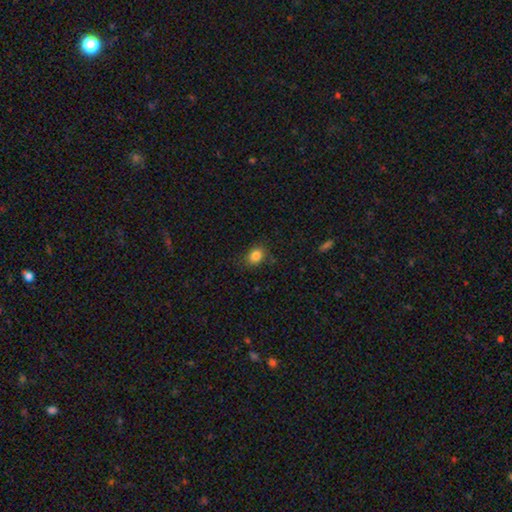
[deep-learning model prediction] smooth_or_featured: smooth (p=0.84) [alt: star or artifact p=0.10]
how_rounded: in between (p=0.53) [alt: round p=0.46]
merging: none (p=0.80) [alt: minor disturbance p=0.15]